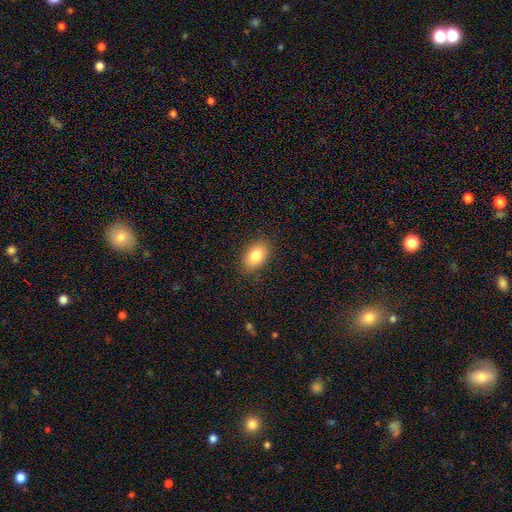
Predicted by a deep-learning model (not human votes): The model was most divided on "smooth or featured": smooth: 83%, featured or disk: 9%, star or artifact: 8%. More confident: how rounded — in between (89%); merging — none (86%).